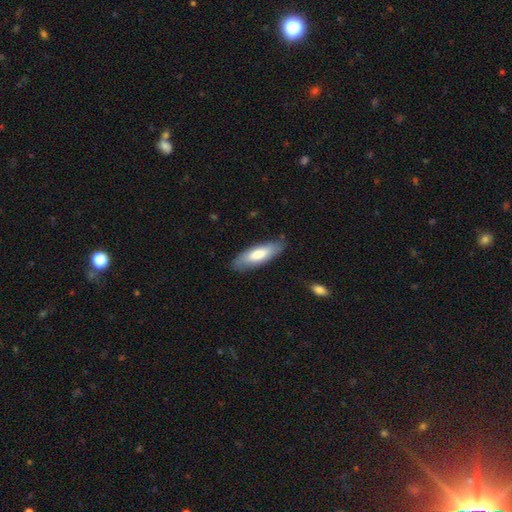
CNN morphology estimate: The model was most divided on "how rounded": in between: 55%, cigar-shaped: 44%, round: 2%. More confident: merging — none (82%); smooth or featured — smooth (69%).